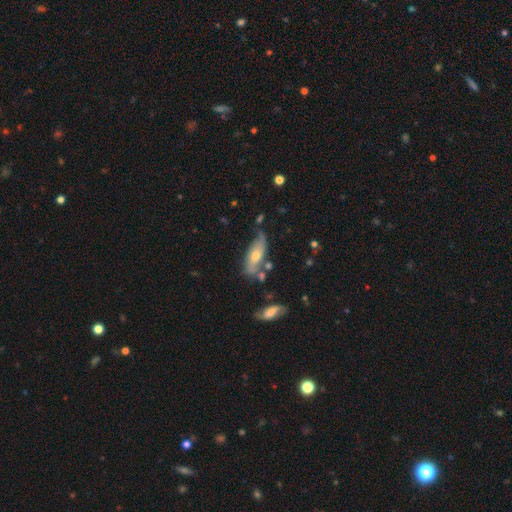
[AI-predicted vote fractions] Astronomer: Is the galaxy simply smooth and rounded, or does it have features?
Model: smooth — 49% (runner-up: featured or disk, 44%).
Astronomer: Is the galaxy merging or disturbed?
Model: none — 51% (runner-up: minor disturbance, 29%).